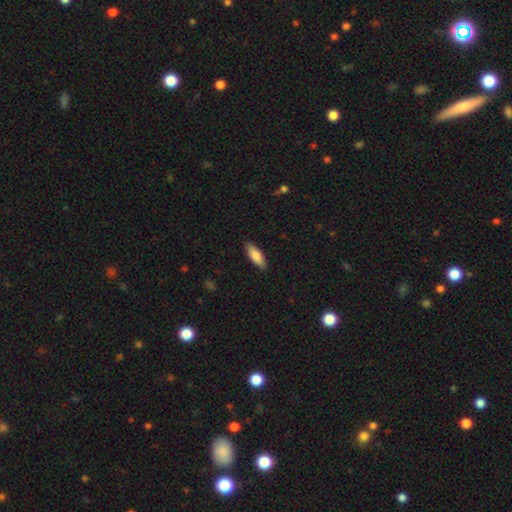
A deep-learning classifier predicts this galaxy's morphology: The model was most divided on "how rounded": in between: 61%, cigar-shaped: 37%, round: 2%. More confident: merging — none (88%); smooth or featured — smooth (84%).